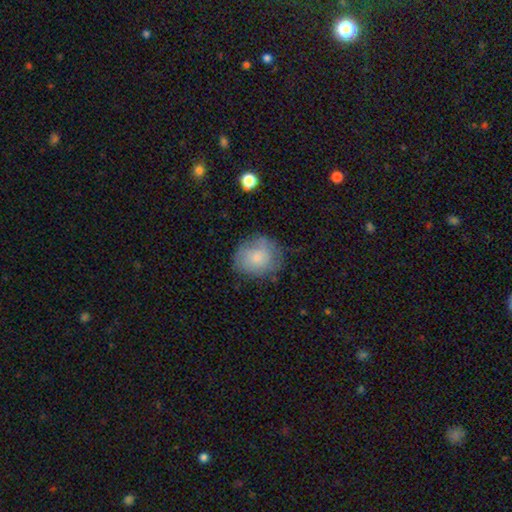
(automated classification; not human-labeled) A smooth galaxy with no disk features (73%) that is round (71%).

Vote fractions:
- Smooth or featured? smooth: 73% / featured or disk: 18% / star or artifact: 9%
- How rounded? round: 71% / in between: 28% / cigar-shaped: 1%
- Merging? none: 69% / minor disturbance: 23% / major disturbance: 7% / merger: 1%